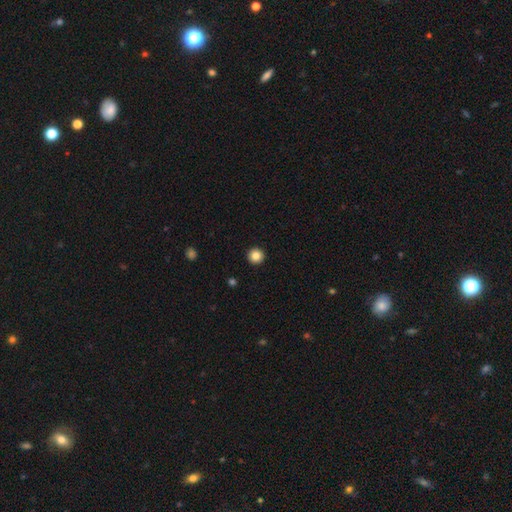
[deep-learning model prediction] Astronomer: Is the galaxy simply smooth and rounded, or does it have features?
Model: smooth — 85%.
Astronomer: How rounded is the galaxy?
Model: round — 96%.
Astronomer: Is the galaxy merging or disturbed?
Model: none — 94%.